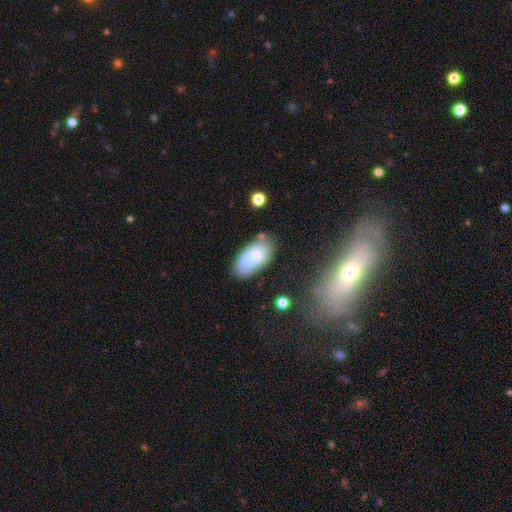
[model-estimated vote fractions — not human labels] A smooth galaxy with no disk features (57%) that is in between round and cigar-shaped (93%).

Vote fractions:
- Smooth or featured? smooth: 57% / featured or disk: 34% / star or artifact: 8%
- How rounded? in between: 93% / round: 4% / cigar-shaped: 3%
- Merging? none: 57% / minor disturbance: 24% / major disturbance: 11% / merger: 8%